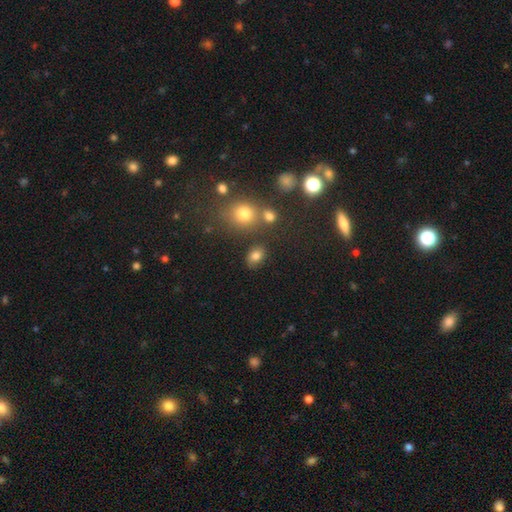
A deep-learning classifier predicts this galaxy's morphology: smooth_or_featured: smooth (p=0.80) [alt: star or artifact p=0.13]
how_rounded: in between (p=0.71) [alt: round p=0.28]
merging: none (p=0.77) [alt: minor disturbance p=0.12]